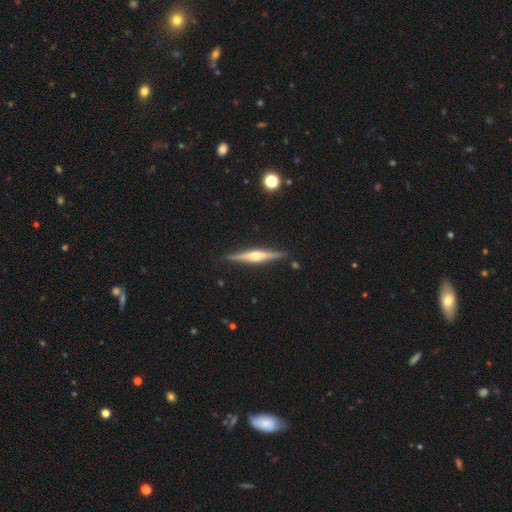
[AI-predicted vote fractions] Smooth or featured: featured or disk — 77% (smooth — 18%)
Edge-on disk: yes — 98% (no — 2%)
Edge-on bulge: rounded — 87% (boxy — 9%)
Merging: none — 89% (minor disturbance — 8%)